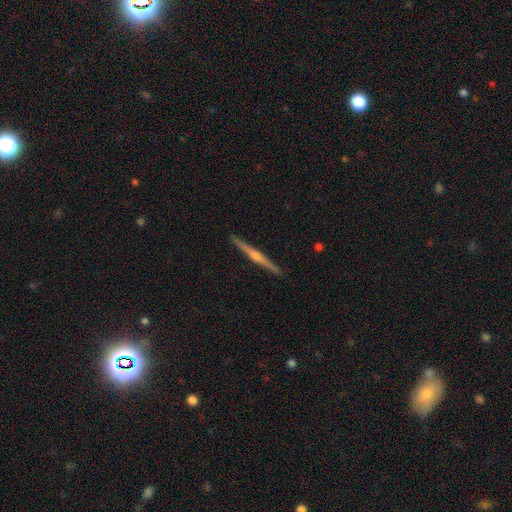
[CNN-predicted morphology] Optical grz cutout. It shows a featured or disk galaxy (80%) viewed edge-on (98%) with a rounded central bulge (86%). Merging: none (92%).